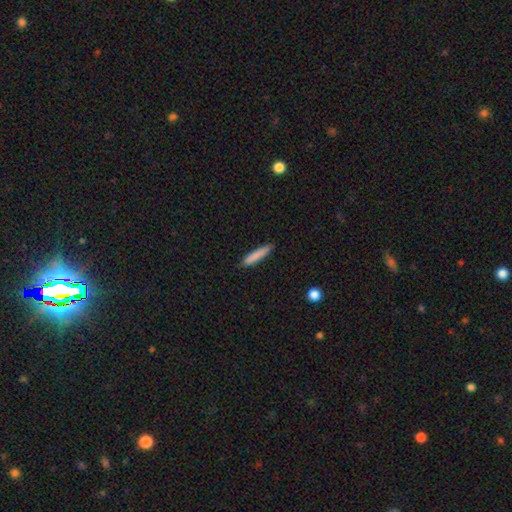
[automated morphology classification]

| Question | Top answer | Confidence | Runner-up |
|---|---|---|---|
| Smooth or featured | smooth | 84% | featured or disk (10%) |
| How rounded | cigar-shaped | 90% | in between (9%) |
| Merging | none | 87% | minor disturbance (9%) |